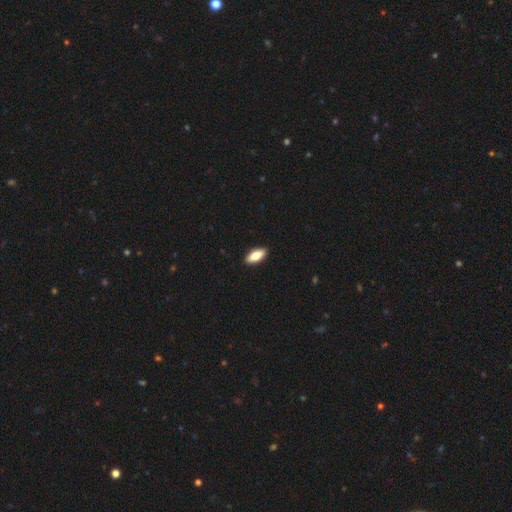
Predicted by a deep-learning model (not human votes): A smooth galaxy with no disk features (78%) that is in between round and cigar-shaped (82%).

Vote fractions:
- Smooth or featured? smooth: 78% / featured or disk: 16% / star or artifact: 6%
- How rounded? in between: 82% / cigar-shaped: 16% / round: 2%
- Merging? none: 91% / minor disturbance: 7% / major disturbance: 1% / merger: 1%